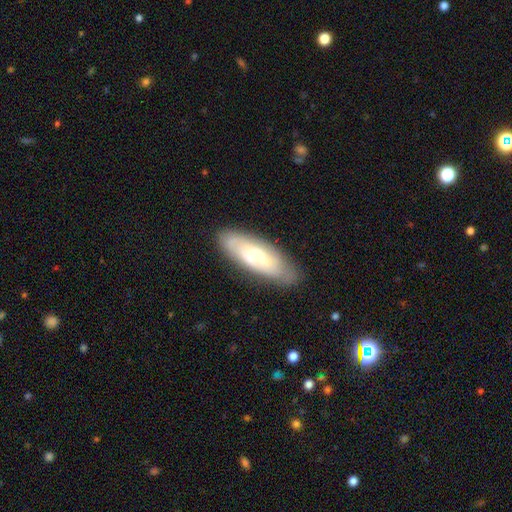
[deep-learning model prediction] This is possibly a smooth galaxy (51%). How rounded: possibly in between (58%). Merging: clearly none (84%).